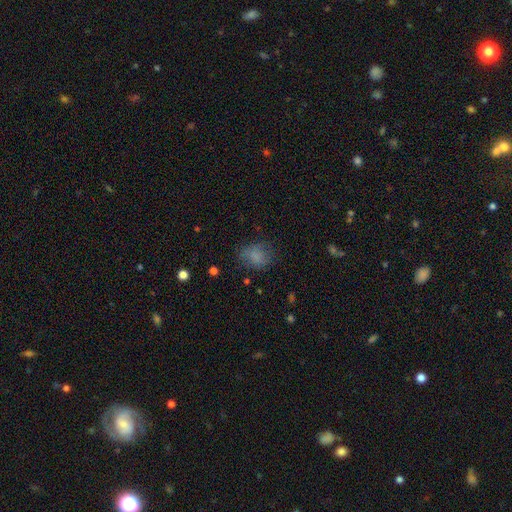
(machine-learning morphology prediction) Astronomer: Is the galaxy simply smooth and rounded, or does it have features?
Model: smooth — 77%.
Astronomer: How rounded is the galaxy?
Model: in between — 50% (runner-up: round, 49%).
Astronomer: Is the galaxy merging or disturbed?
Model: none — 63%.